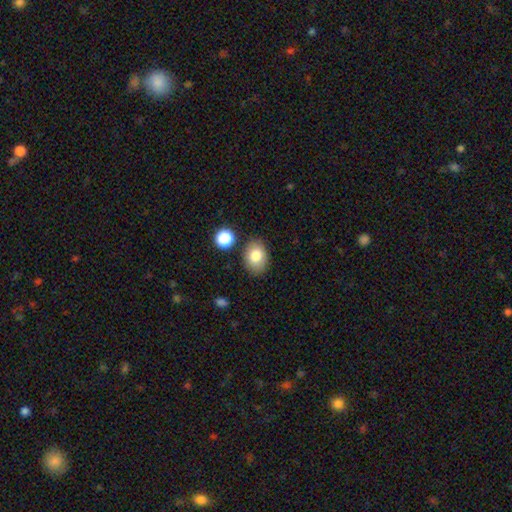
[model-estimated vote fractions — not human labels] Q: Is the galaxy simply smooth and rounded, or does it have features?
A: smooth — 81%.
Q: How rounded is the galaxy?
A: in between — 73%.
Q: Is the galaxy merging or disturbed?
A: none — 79%.